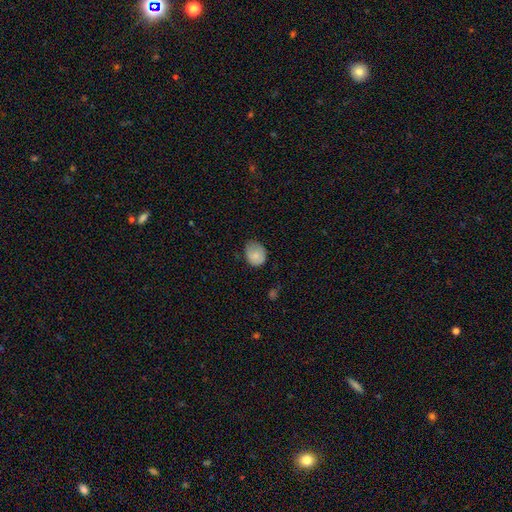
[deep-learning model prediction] This appears to be a smooth galaxy with no disk features (81%) that is round (53%). Merging: none (55%).